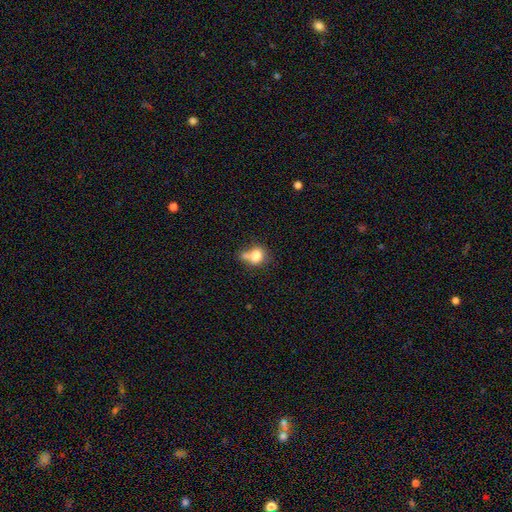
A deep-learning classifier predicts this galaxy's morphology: A smooth galaxy with no disk features (77%) that is round (59%).

Vote fractions:
- Smooth or featured? smooth: 77% / featured or disk: 13% / star or artifact: 10%
- How rounded? round: 59% / in between: 40% / cigar-shaped: 1%
- Merging? merger: 37% / none: 35% / minor disturbance: 18% / major disturbance: 10%